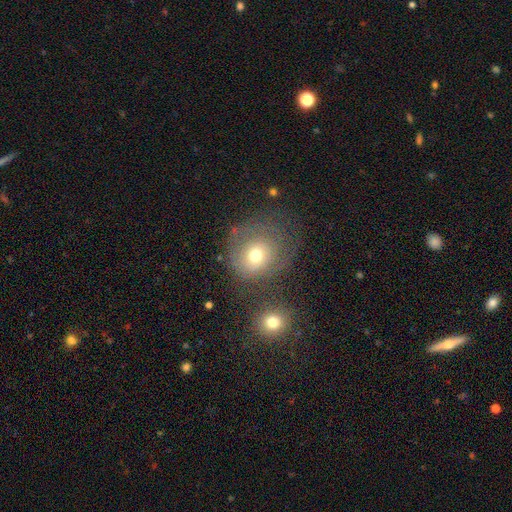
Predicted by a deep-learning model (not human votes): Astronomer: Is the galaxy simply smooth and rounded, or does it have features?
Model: smooth — 61%.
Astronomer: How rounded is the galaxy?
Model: round — 75%.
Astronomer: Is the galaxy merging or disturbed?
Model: none — 52%.